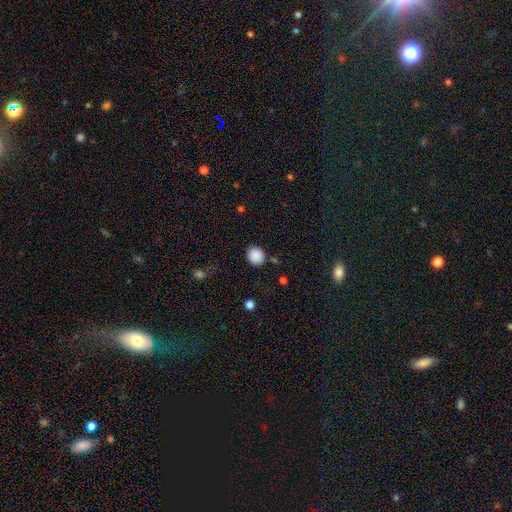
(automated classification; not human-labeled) smooth_or_featured: smooth (p=0.88) [alt: star or artifact p=0.09]
how_rounded: round (p=0.82) [alt: in between p=0.17]
merging: none (p=0.86) [alt: minor disturbance p=0.08]